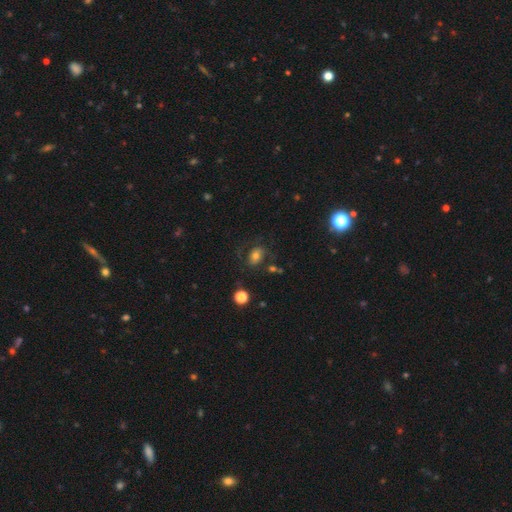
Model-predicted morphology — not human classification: Smooth or featured: smooth — 62% (featured or disk — 24%)
How rounded: in between — 64% (round — 34%)
Merging: none — 60% (minor disturbance — 18%)